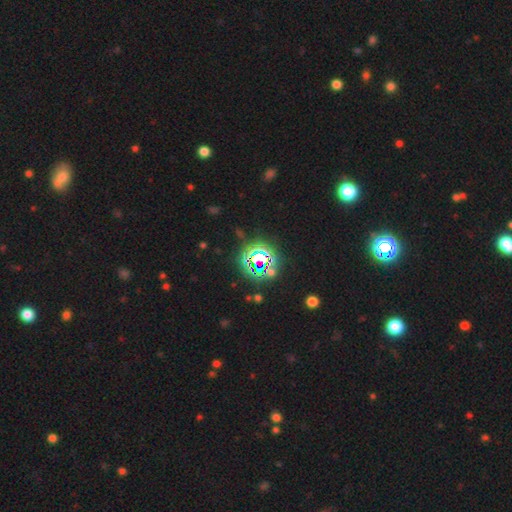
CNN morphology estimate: A star or artifact, not a galaxy (77%).

Vote fractions:
- Smooth or featured? star or artifact: 77% / smooth: 14% / featured or disk: 9%